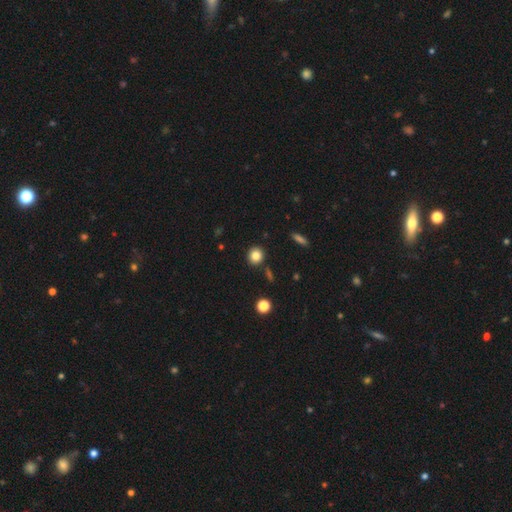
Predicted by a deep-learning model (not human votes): Morphology: type=smooth (83%); roundness=round (87%); merging=none (88%).